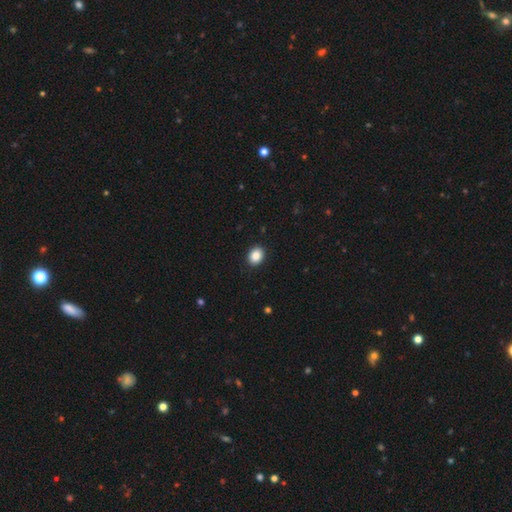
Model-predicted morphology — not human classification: The model was most divided on "how rounded": in between: 57%, round: 42%, cigar-shaped: 1%. More confident: merging — none (91%); smooth or featured — smooth (87%).